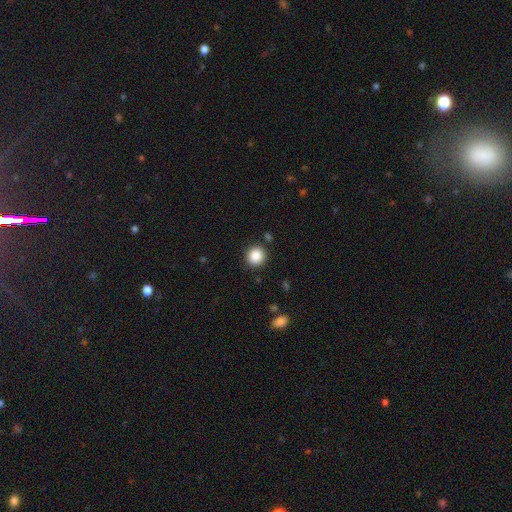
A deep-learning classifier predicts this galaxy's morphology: Smooth or featured? Predicted: smooth (p=0.87). How rounded? Predicted: round (p=0.92). Merging? Predicted: none (p=0.89).